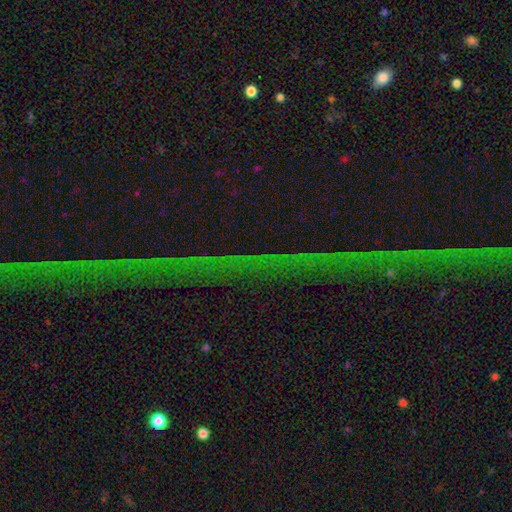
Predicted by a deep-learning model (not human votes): This is likely a star or artifact rather than a galaxy (79%).